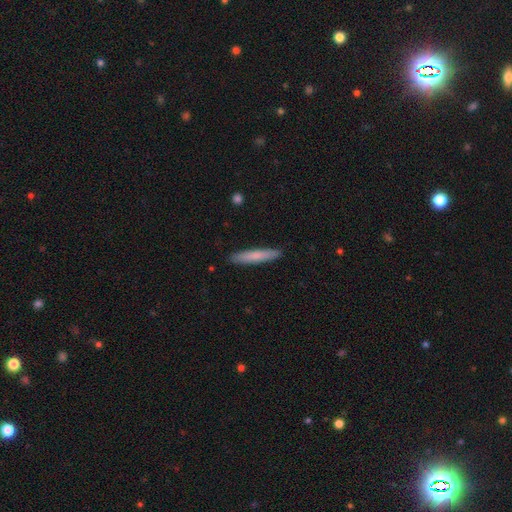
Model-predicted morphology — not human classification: Smooth or featured? smooth (75%)
How rounded? cigar-shaped (93%)
Merging? none (90%)